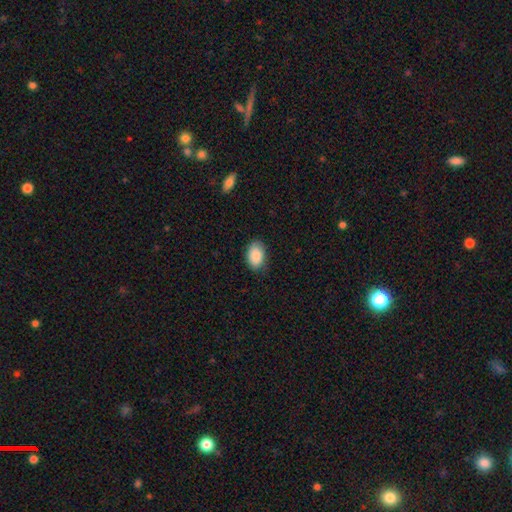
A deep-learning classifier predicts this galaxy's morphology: This appears to be a smooth galaxy with no disk features (87%) that is in between round and cigar-shaped (89%). Merging: none (83%).